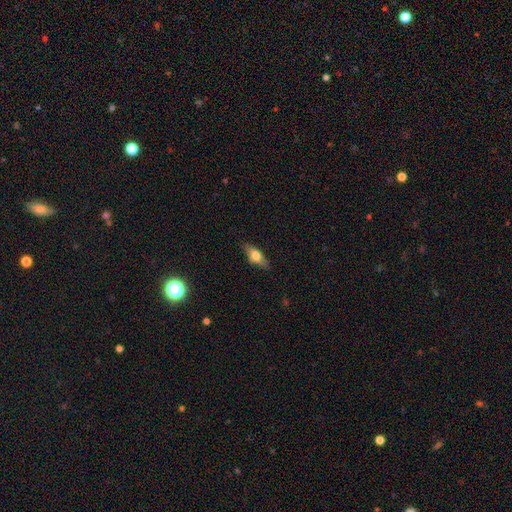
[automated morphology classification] Smooth or featured: smooth — 62% (featured or disk — 30%)
How rounded: in between — 66% (cigar-shaped — 30%)
Merging: none — 82% (minor disturbance — 14%)